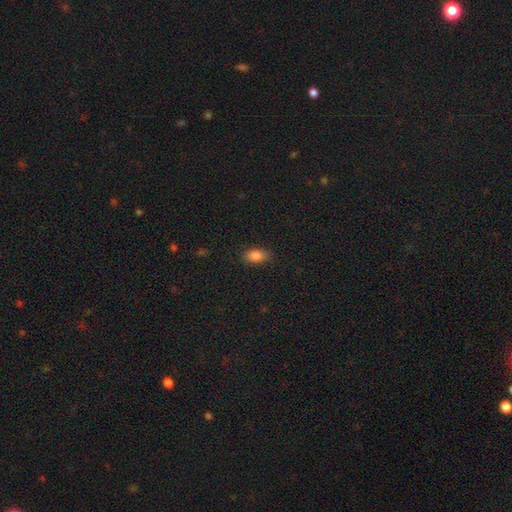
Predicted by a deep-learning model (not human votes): Smooth or featured? Predicted: smooth (p=0.85). How rounded? Predicted: in between (p=0.88). Merging? Predicted: none (p=0.84).